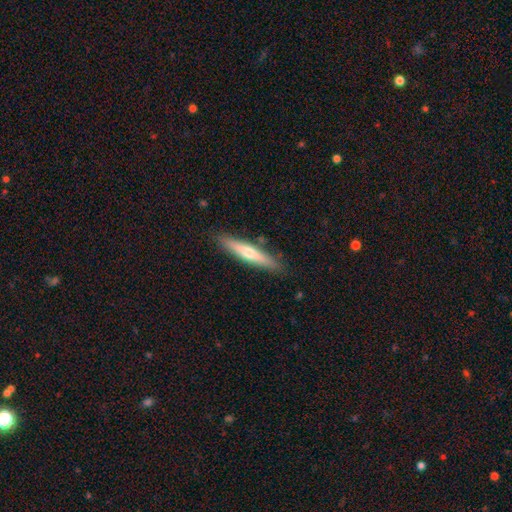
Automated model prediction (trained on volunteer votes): Overall: smooth (55%; featured or disk 39%). How rounded: cigar-shaped (89%). Merging: none (86%).